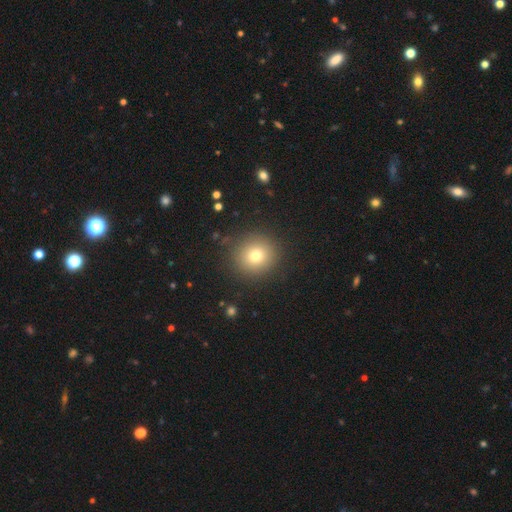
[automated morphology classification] Overall: smooth (76%). How rounded: round (90%). Merging: none (90%).